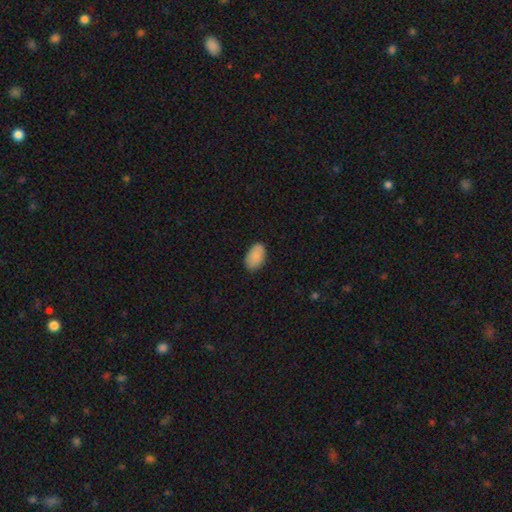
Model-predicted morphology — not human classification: A smooth galaxy with no disk features (88%) that is in between round and cigar-shaped (94%). Merging: none (85%).